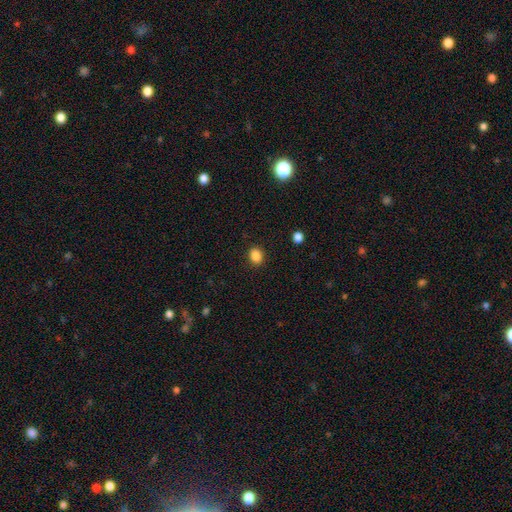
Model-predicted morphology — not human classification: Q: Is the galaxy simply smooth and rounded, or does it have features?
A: smooth — 86%.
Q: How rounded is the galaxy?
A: round — 50%.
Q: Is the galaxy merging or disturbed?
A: none — 89%.